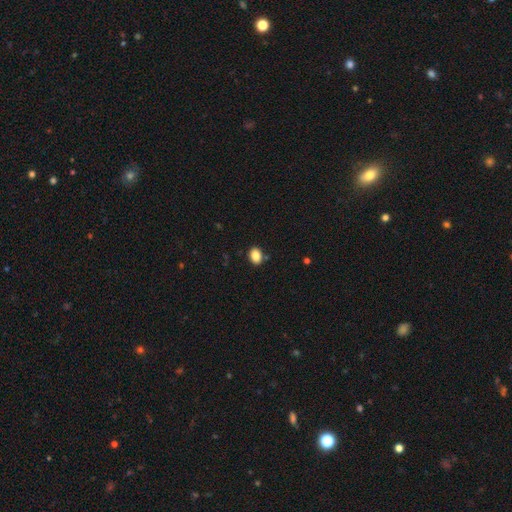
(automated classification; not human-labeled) Overall: smooth (86%). How rounded: in between (69%; round 30%). Merging: none (86%).